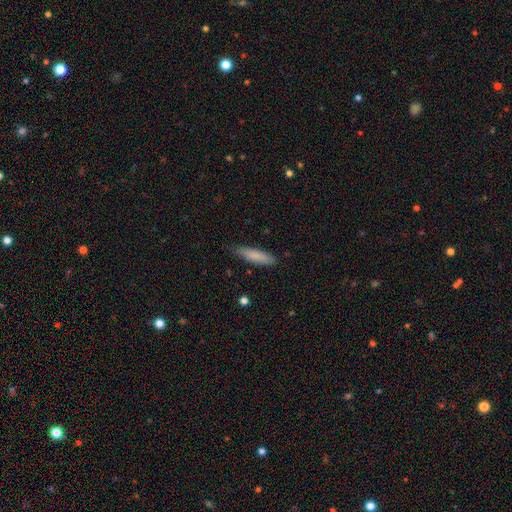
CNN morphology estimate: The model was most divided on "how rounded": cigar-shaped: 73%, in between: 26%, round: 1%. More confident: smooth or featured — smooth (82%); merging — none (80%).